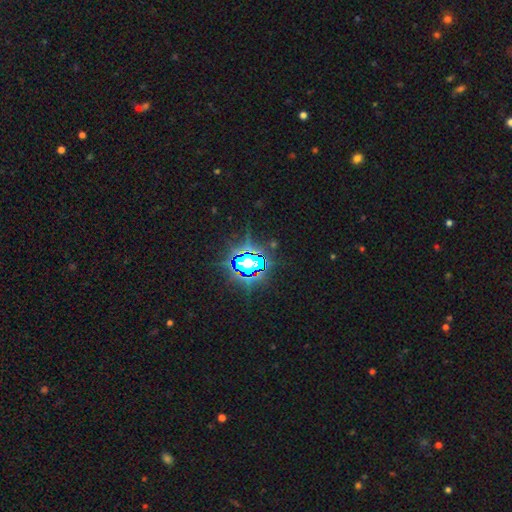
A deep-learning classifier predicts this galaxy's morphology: Smooth or featured? Predicted: star or artifact (p=0.81).